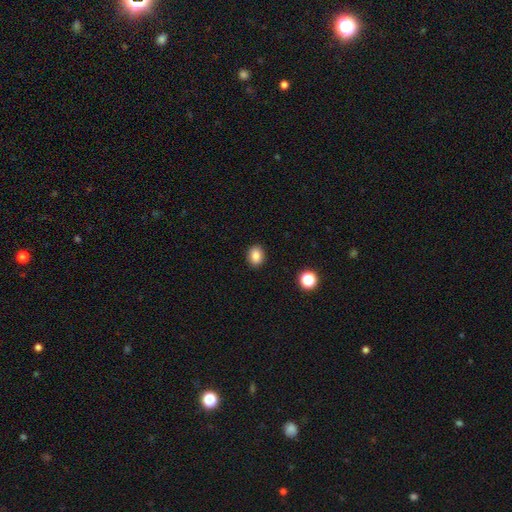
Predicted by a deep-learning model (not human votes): smooth 84%, star or artifact 10%, featured or disk 5%. Down the decision tree: how rounded — round (51%); merging — none (90%).